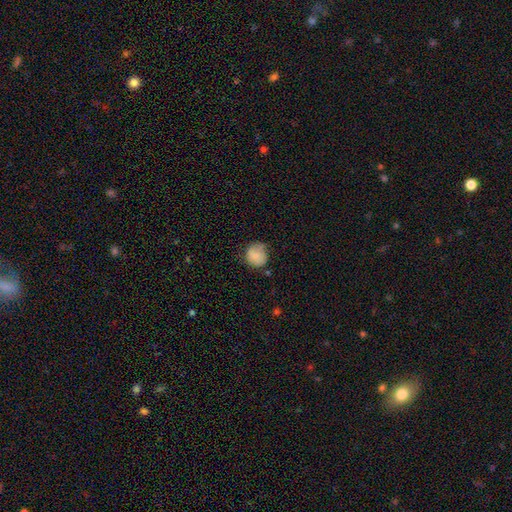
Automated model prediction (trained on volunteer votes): The model was most divided on "merging": none: 58%, minor disturbance: 30%, major disturbance: 9%, merger: 3%. More confident: how rounded — round (82%); smooth or featured — smooth (79%).